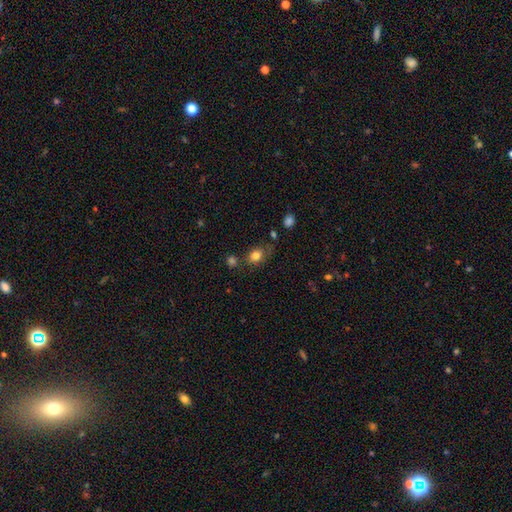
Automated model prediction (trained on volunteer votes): Smooth or featured: smooth — 81% (star or artifact — 11%)
How rounded: in between — 59% (round — 40%)
Merging: none — 62% (minor disturbance — 22%)